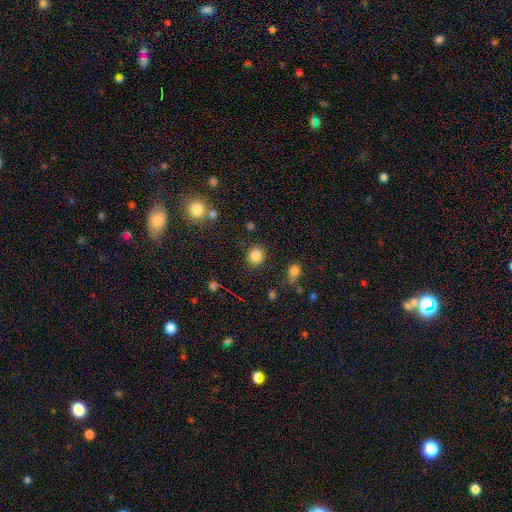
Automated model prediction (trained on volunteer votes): Smooth or featured: smooth — 84% (star or artifact — 12%)
How rounded: round — 86% (in between — 13%)
Merging: none — 86% (minor disturbance — 8%)